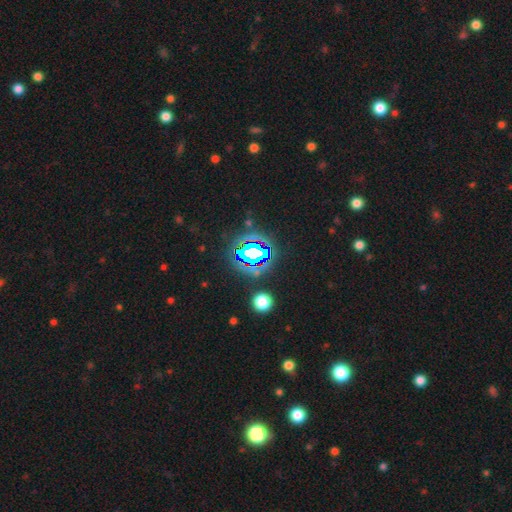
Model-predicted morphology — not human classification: smooth_or_featured: star or artifact (p=0.83) [alt: smooth p=0.10]